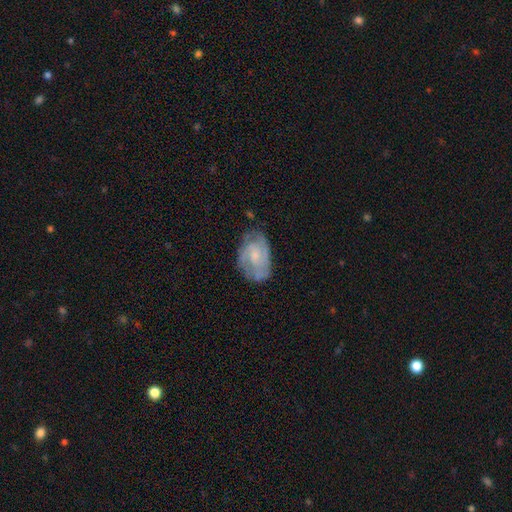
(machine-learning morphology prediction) smooth_or_featured: featured or disk (p=0.72) [alt: smooth p=0.22]
disk_edge_on: no (p=0.97) [alt: yes p=0.03]
bar: no (p=0.62) [alt: weak p=0.33]
has_spiral_arms: yes (p=0.87) [alt: no p=0.13]
spiral_winding: tight (p=0.48) [alt: medium p=0.40]
spiral_arm_count: 2 (p=0.36) [alt: can't tell p=0.31]
bulge_size: small (p=0.52) [alt: moderate p=0.33]
merging: none (p=0.64) [alt: minor disturbance p=0.25]